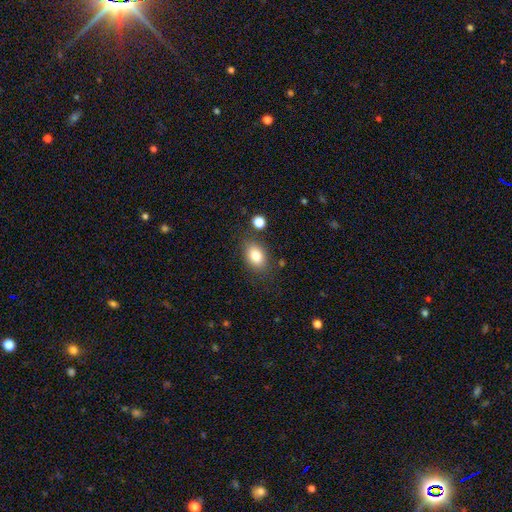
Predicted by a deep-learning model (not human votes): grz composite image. It shows a smooth galaxy with no disk features (83%) that is in between round and cigar-shaped (80%). Merging: none (78%).